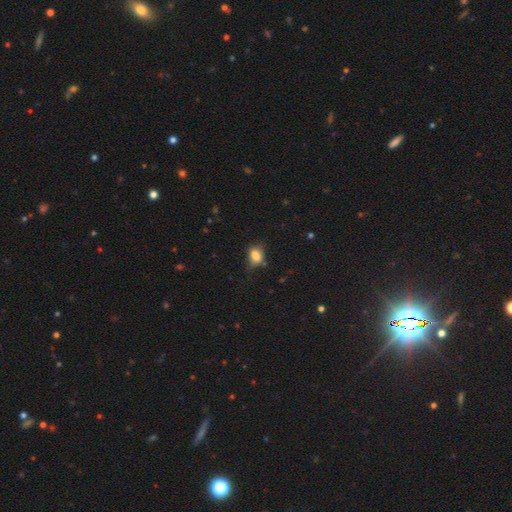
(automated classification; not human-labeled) Smooth or featured? smooth (80%)
How rounded? in between (67%)
Merging? none (60%)